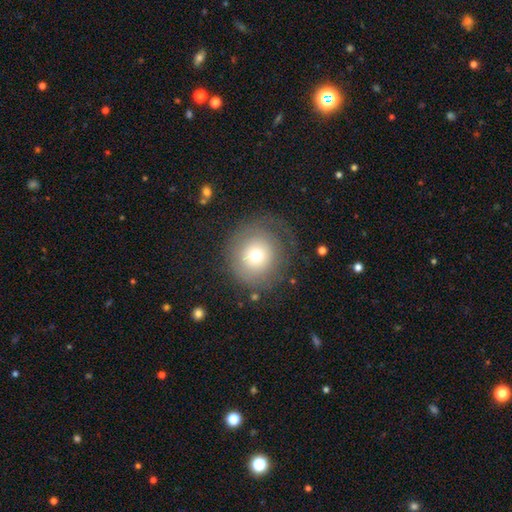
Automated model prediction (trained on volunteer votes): smooth_or_featured: smooth (p=0.59) [alt: featured or disk p=0.31]
how_rounded: round (p=0.91) [alt: in between p=0.08]
merging: none (p=0.68) [alt: minor disturbance p=0.17]